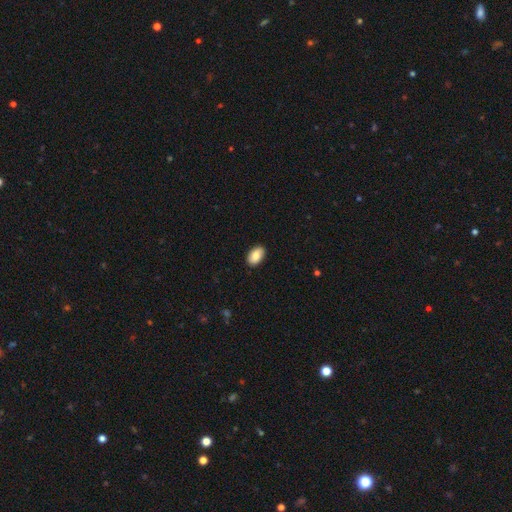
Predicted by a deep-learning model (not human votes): Smooth or featured: smooth — 84% (featured or disk — 9%)
How rounded: in between — 93% (round — 6%)
Merging: none — 89% (minor disturbance — 9%)